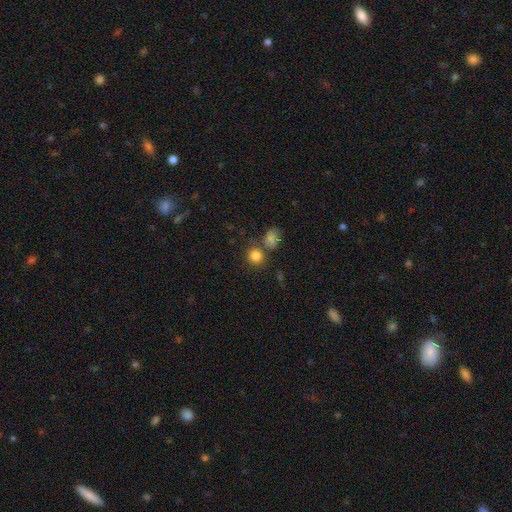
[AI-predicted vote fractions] A smooth galaxy with no disk features (83%) that is round (84%). Merging: none (67%).